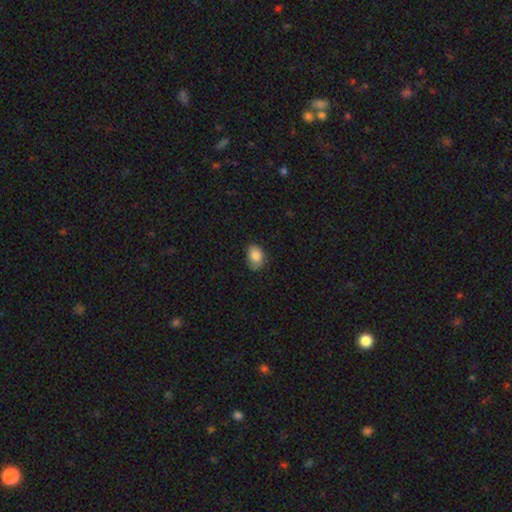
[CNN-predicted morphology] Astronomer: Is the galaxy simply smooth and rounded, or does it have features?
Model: smooth — 85%.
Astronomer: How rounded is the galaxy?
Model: in between — 76%.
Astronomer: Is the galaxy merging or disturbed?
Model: none — 71%.